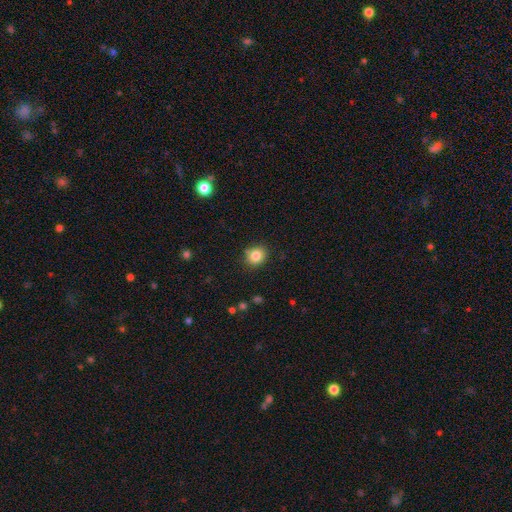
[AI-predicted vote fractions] Smooth or featured? Predicted: smooth (p=0.83). How rounded? Predicted: round (p=0.74). Merging? Predicted: none (p=0.84).